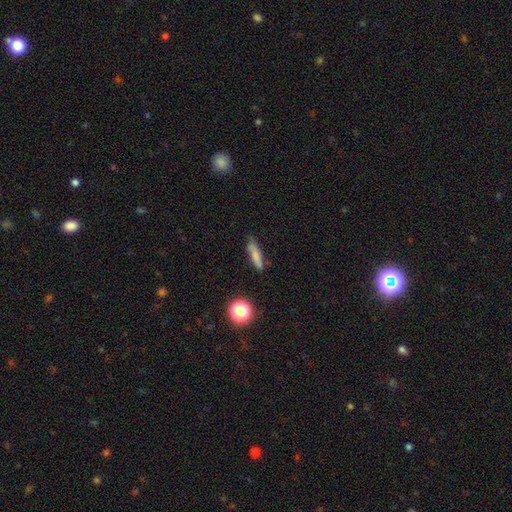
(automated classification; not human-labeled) A smooth galaxy with no disk features (75%) that is cigar-shaped (75%). Merging: none (73%).